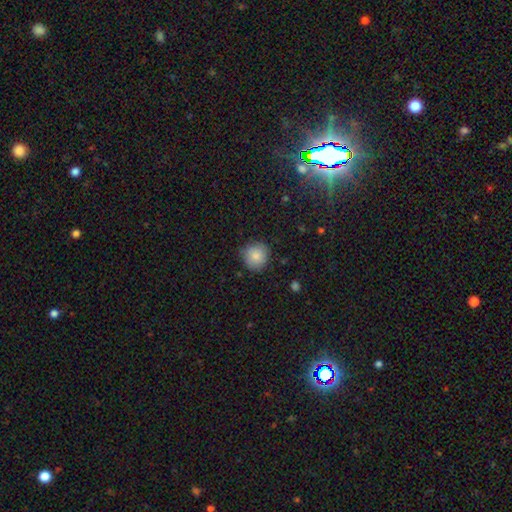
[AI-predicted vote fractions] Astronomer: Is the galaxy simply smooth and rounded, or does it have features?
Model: smooth — 86%.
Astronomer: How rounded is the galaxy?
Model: round — 92%.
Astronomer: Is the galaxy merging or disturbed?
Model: none — 81%.